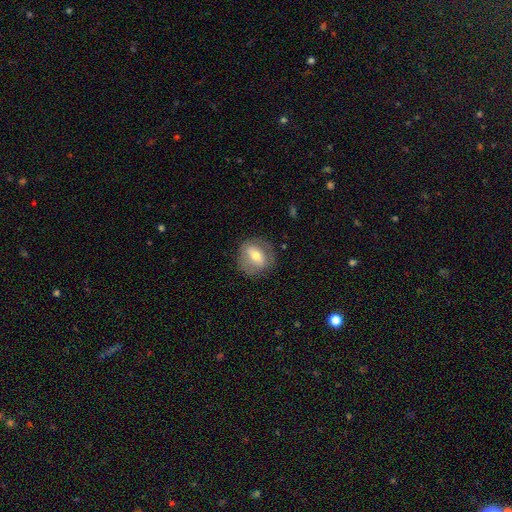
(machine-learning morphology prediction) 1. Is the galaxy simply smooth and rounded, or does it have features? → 52% smooth, 41% featured or disk, 8% star or artifact.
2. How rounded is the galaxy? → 65% round, 33% in between, 2% cigar-shaped.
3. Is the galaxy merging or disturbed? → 78% none, 15% minor disturbance, 6% major disturbance, 1% merger.